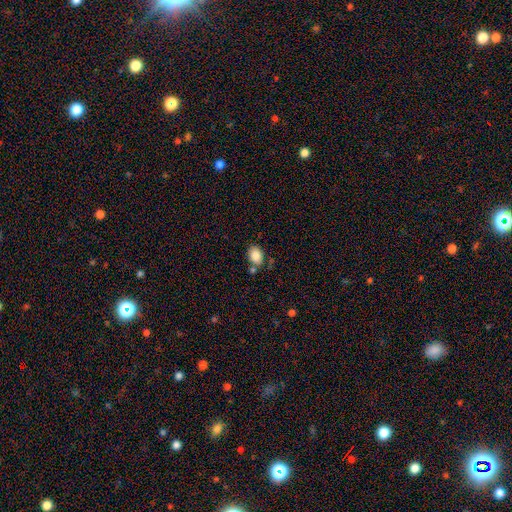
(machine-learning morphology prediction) Smooth or featured? smooth (85%)
How rounded? in between (72%)
Merging? none (70%)